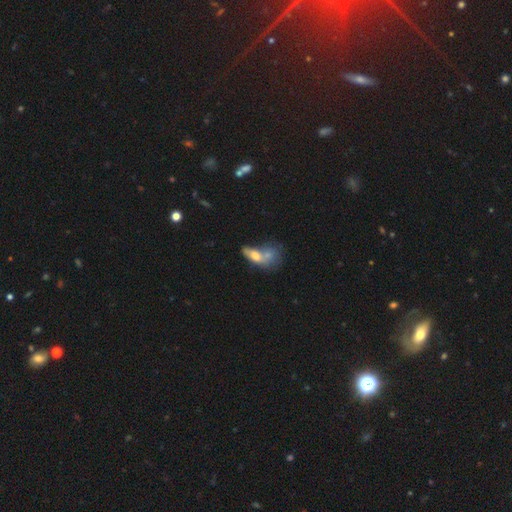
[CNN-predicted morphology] A smooth galaxy with no disk features (61%) that is in between round and cigar-shaped (76%).

Vote fractions:
- Smooth or featured? smooth: 61% / featured or disk: 30% / star or artifact: 9%
- How rounded? in between: 76% / round: 14% / cigar-shaped: 11%
- Merging? merger: 62% / none: 16% / major disturbance: 13% / minor disturbance: 10%